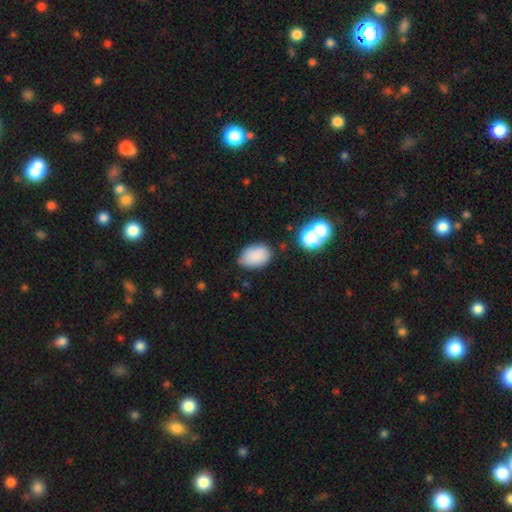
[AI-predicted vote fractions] Smooth or featured? Predicted: smooth (p=0.84). How rounded? Predicted: in between (p=0.85). Merging? Predicted: none (p=0.74).